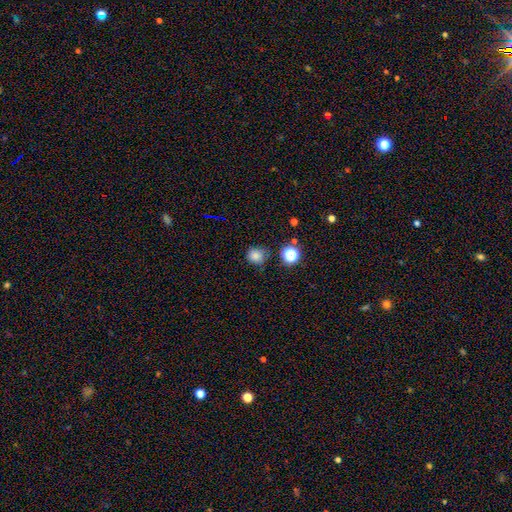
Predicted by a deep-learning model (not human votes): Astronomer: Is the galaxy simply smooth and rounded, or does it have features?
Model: smooth — 78%.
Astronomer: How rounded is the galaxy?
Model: round — 86%.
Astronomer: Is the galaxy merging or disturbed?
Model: none — 74%.